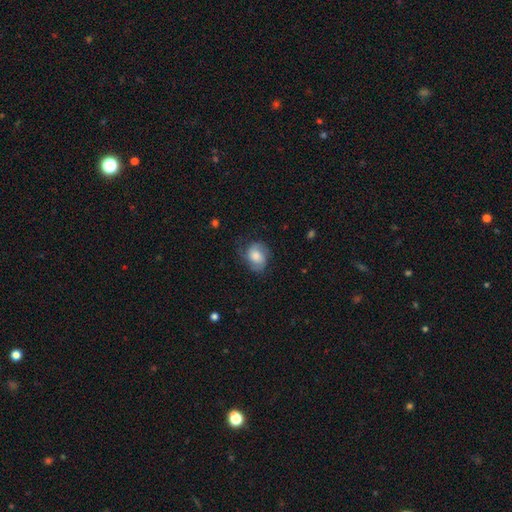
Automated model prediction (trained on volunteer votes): smooth_or_featured: smooth (p=0.52) [alt: featured or disk p=0.40]
how_rounded: in between (p=0.60) [alt: round p=0.39]
merging: none (p=0.61) [alt: minor disturbance p=0.25]